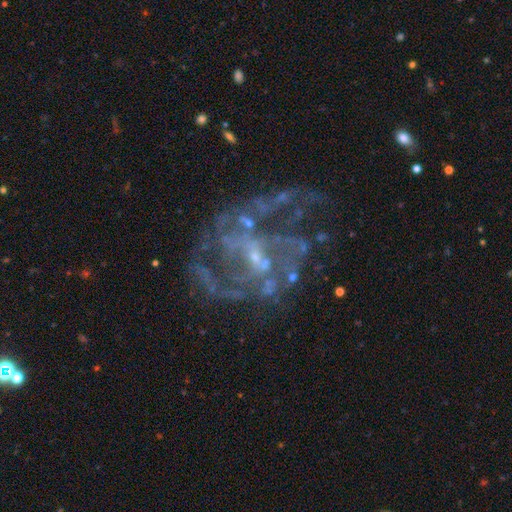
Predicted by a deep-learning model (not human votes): Smooth or featured: featured or disk — 81% (star or artifact — 12%)
Edge-on disk: no — 98% (yes — 2%)
Bar: no — 45% (weak — 41%)
Spiral arms: yes — 70% (no — 30%)
Spiral winding: medium — 43% (loose — 29%)
Spiral arm count: can't tell — 40% (2 — 23%)
Bulge size: small — 64% (none — 20%)
Merging: none — 49% (major disturbance — 29%)